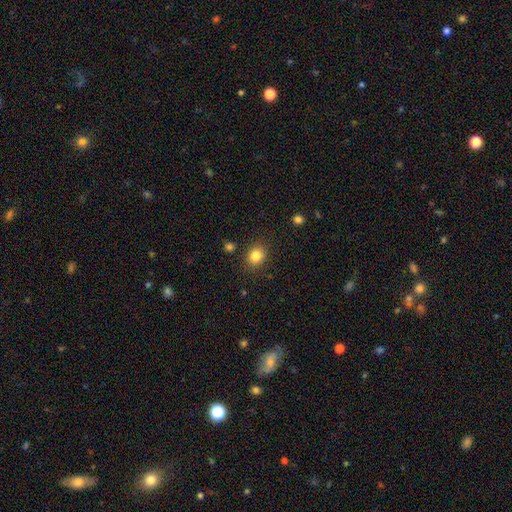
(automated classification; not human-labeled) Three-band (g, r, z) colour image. It shows a smooth galaxy with no disk features (84%) that is round (64%). Merging: none (85%).